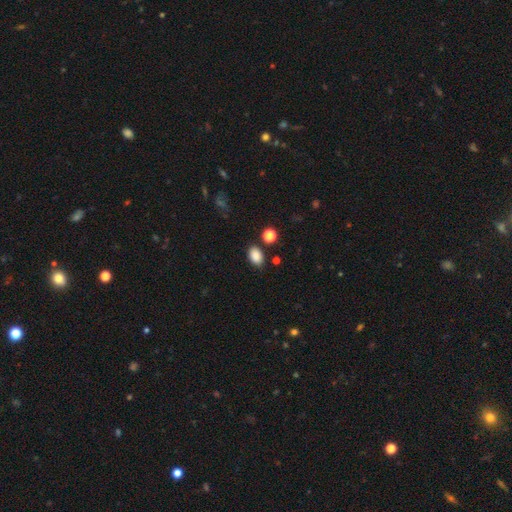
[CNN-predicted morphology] This is clearly a smooth galaxy (87%). How rounded: clearly in between (84%). Merging: clearly none (81%).